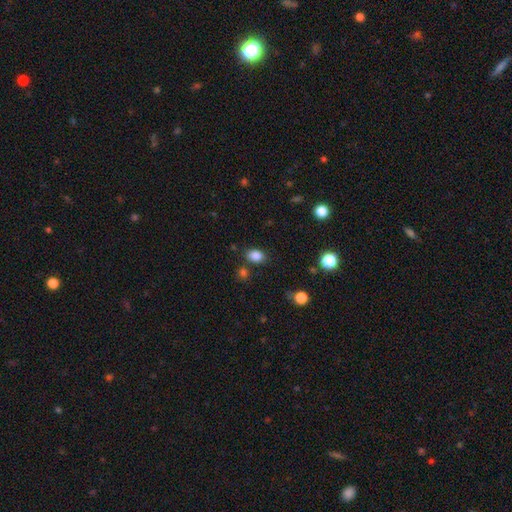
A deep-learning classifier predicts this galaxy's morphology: Overall: smooth (84%). How rounded: in between (71%). Merging: none (79%).